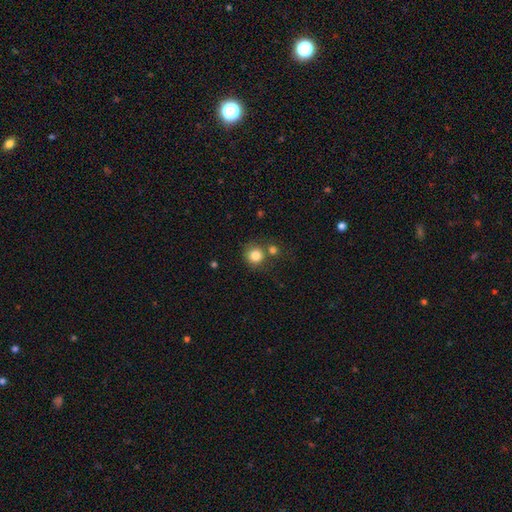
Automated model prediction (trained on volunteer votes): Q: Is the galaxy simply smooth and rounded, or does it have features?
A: smooth — 83%.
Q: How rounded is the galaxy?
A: round — 91%.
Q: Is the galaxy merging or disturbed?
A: none — 65%.